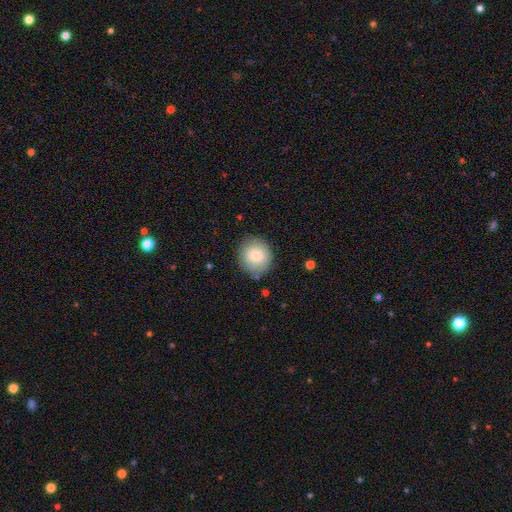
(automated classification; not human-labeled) This appears to be a smooth galaxy with no disk features (81%) that is round (83%). Merging: none (83%).